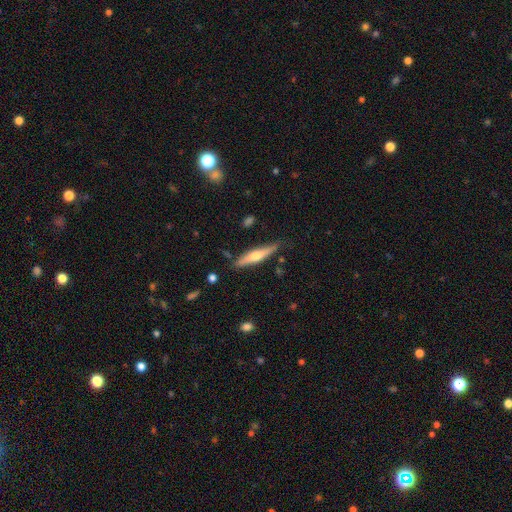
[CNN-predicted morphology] Smooth or featured?
  - featured or disk: 54% *
  - smooth: 40%
  - star or artifact: 6%
Edge-on disk?
  - yes: 94% *
  - no: 6%
Edge-on bulge?
  - rounded: 86% *
  - boxy: 7%
  - none: 7%
Merging?
  - none: 81% *
  - minor disturbance: 14%
  - major disturbance: 3%
  - merger: 2%